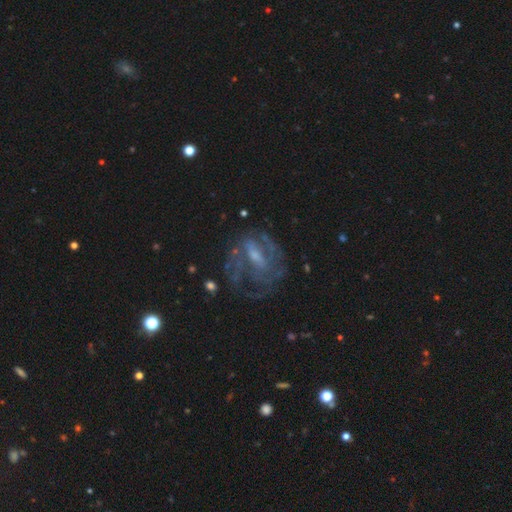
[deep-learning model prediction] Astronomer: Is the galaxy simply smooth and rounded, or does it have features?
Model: featured or disk — 77%.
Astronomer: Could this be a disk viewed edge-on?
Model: no — 95%.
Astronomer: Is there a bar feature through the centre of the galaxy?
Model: weak — 46% (runner-up: no, 29%).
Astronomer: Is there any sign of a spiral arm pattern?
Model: yes — 71%.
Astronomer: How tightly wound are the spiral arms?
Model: medium — 42% (runner-up: tight, 40%).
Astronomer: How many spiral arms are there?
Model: can't tell — 45% (runner-up: 2, 26%).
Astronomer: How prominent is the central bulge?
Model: small — 48% (runner-up: moderate, 35%).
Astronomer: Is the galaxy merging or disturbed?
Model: none — 55%.